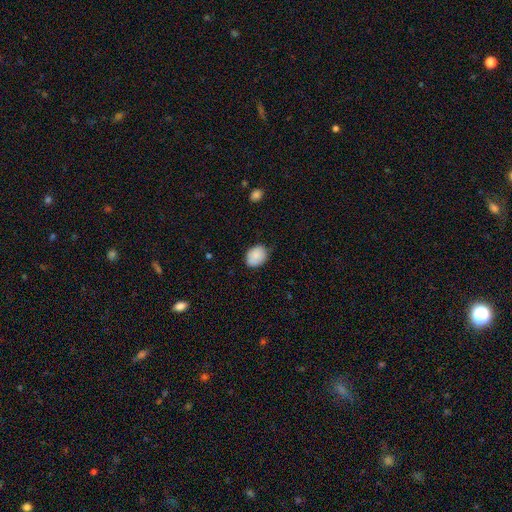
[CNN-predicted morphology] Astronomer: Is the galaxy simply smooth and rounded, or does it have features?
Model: smooth — 88%.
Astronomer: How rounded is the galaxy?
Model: in between — 61% (runner-up: round, 38%).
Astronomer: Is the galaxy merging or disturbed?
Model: none — 73%.